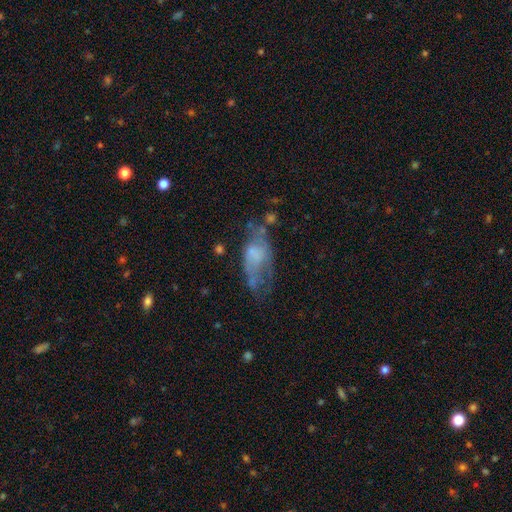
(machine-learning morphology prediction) The model was most divided on "merging": none: 36%, major disturbance: 30%, minor disturbance: 25%, merger: 8%. Remaining: smooth or featured — featured or disk (47%).